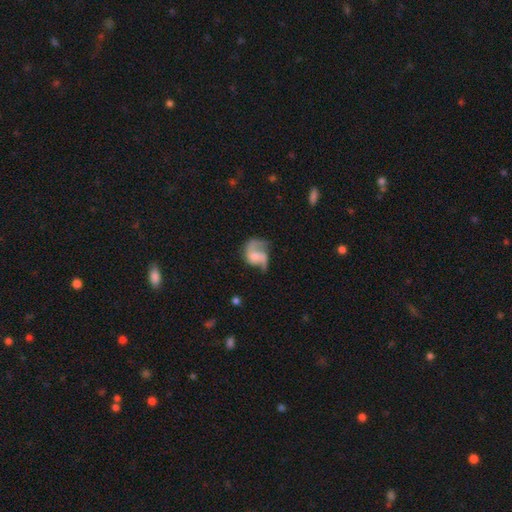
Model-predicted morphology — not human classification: smooth-or-featured: featured or disk: 67% | smooth: 25% | star or artifact: 8%
  disk-edge-on: no: 98% | yes: 2%
    bar: no: 68% | weak: 27% | strong: 5%
    has-spiral-arms: yes: 83% | no: 17%
      spiral-winding: loose: 51% | medium: 38% | tight: 11%
      spiral-arm-count: 2: 61% | 1: 17% | 3: 10% | can't tell: 9% | 4: 2% | more than 4: 2%
    bulge-size: none: 33% | small: 28% | moderate: 27% | large: 10% | dominant: 2%
  merging: major disturbance: 35% (tied) | none: 35% (tied) | minor disturbance: 23% | merger: 7%